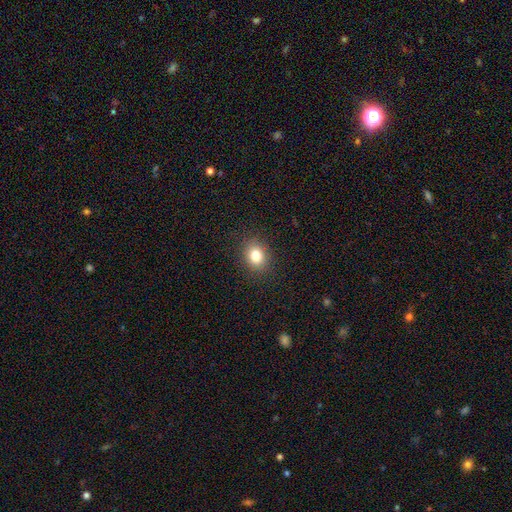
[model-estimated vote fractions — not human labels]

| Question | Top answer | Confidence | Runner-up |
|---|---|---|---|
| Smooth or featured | smooth | 81% | star or artifact (12%) |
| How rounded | round | 54% | in between (45%) |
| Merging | none | 89% | minor disturbance (7%) |